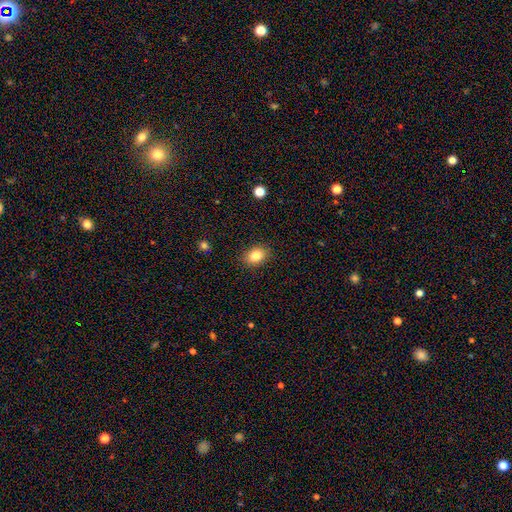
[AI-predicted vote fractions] The model was most divided on "how rounded": in between: 67%, round: 32%, cigar-shaped: 1%. More confident: merging — none (87%); smooth or featured — smooth (84%).